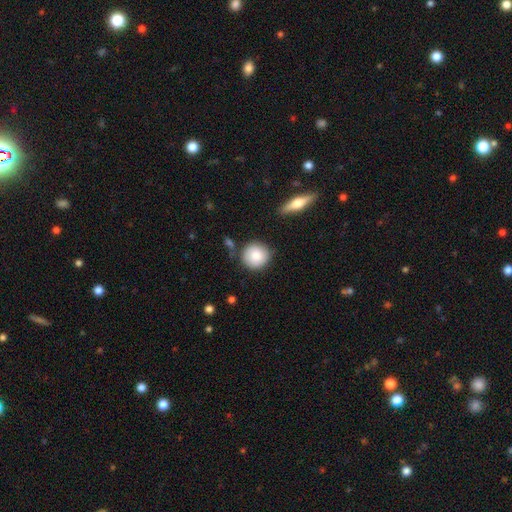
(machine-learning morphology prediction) A smooth galaxy with no disk features (84%) that is round (93%). Merging: none (81%).